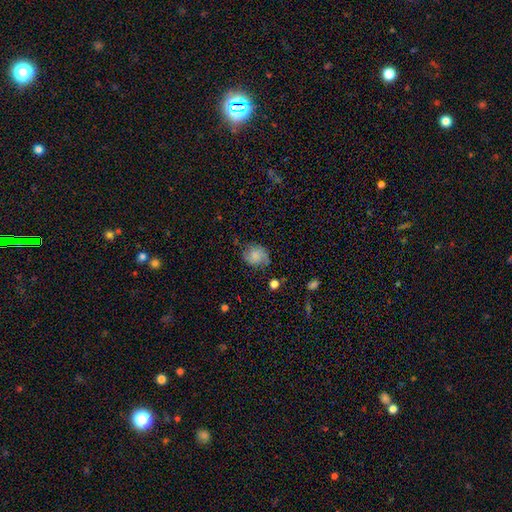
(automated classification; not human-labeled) Smooth or featured? Predicted: smooth (p=0.67). How rounded? Predicted: round (p=0.59). Merging? Predicted: none (p=0.60).